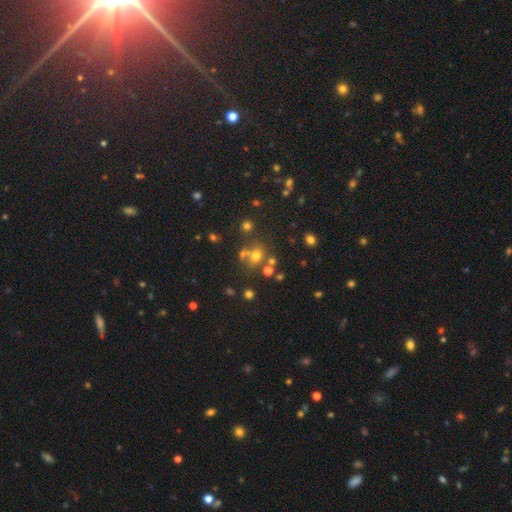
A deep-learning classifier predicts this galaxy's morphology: A smooth galaxy with no disk features (59%) that is round (71%).

Vote fractions:
- Smooth or featured? smooth: 59% / star or artifact: 27% / featured or disk: 14%
- How rounded? round: 71% / in between: 28% / cigar-shaped: 1%
- Merging? none: 56% / merger: 25% / minor disturbance: 12% / major disturbance: 6%